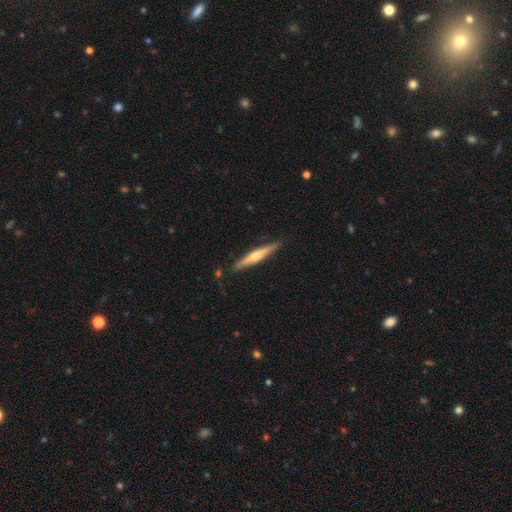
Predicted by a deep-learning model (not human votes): Smooth or featured? featured or disk (53%)
Edge-on disk? yes (96%)
Edge-on bulge? rounded (76%)
Merging? none (86%)